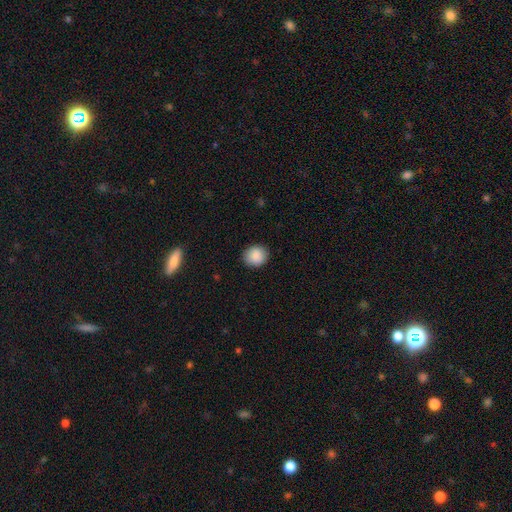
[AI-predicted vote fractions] The model was most divided on "how rounded": round: 80%, in between: 19%, cigar-shaped: 1%. More confident: smooth or featured — smooth (89%); merging — none (89%).